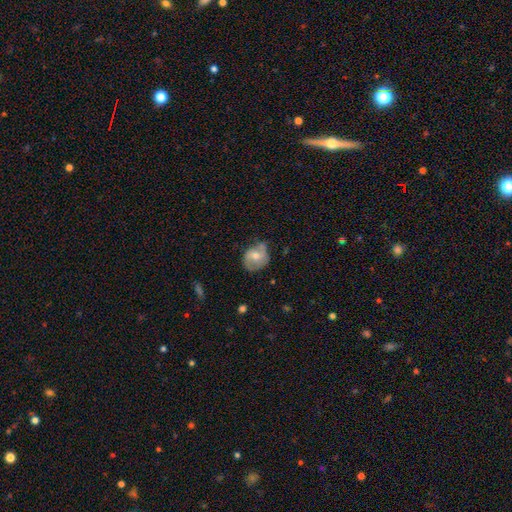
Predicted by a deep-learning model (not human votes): smooth-or-featured: featured or disk: 49% | smooth: 44% | star or artifact: 7%
  merging: none: 52% | minor disturbance: 34% | major disturbance: 11% | merger: 3%